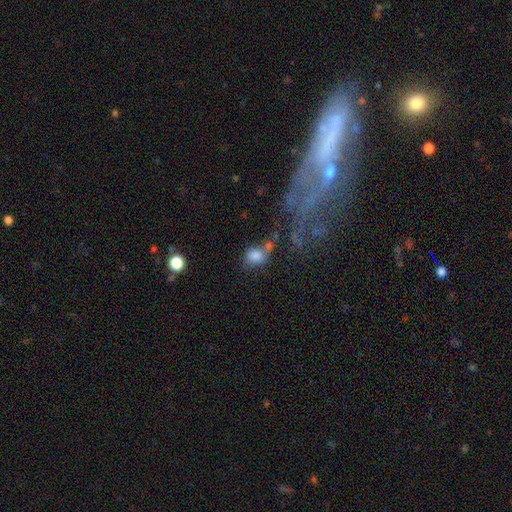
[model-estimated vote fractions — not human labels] Q: Smooth or featured?
A: smooth (78%); runner-up: featured or disk (12%)
Q: How rounded?
A: in between (53%); runner-up: round (45%)
Q: Merging?
A: none (34%); runner-up: merger (30%)